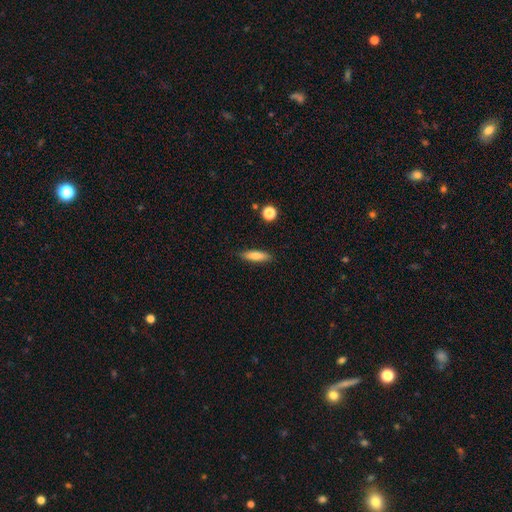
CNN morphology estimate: smooth_or_featured: smooth (p=0.79) [alt: featured or disk p=0.13]
how_rounded: cigar-shaped (p=0.68) [alt: in between p=0.30]
merging: none (p=0.87) [alt: minor disturbance p=0.10]